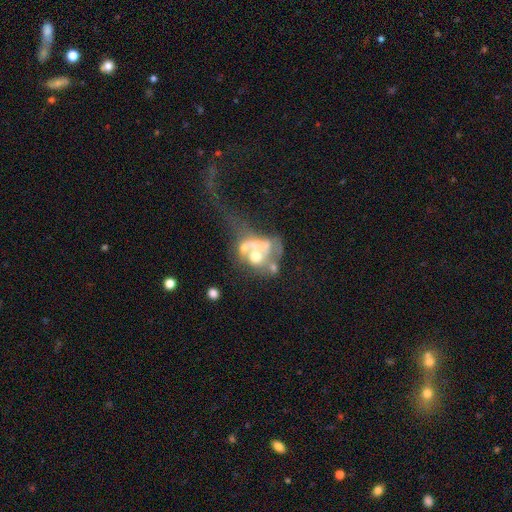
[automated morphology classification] type=featured or disk (51%); edge-on=no (96%); merging=merger (47%).